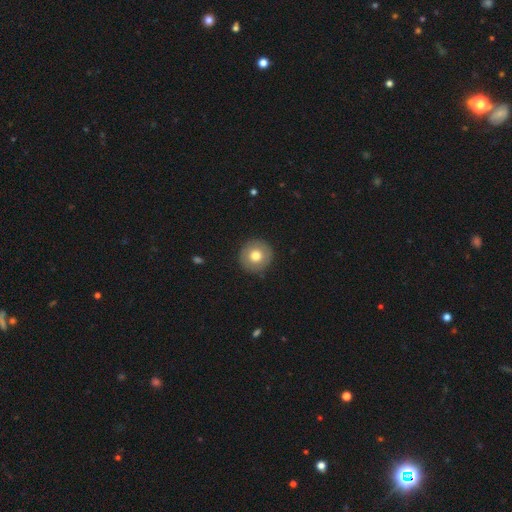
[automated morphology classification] type=smooth (73%); roundness=round (95%); merging=none (91%).